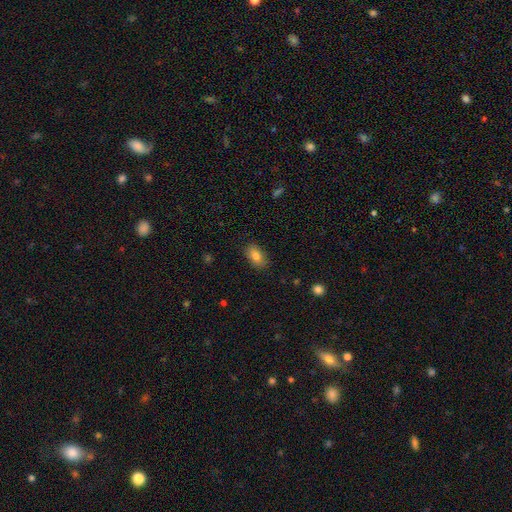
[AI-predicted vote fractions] A smooth galaxy with no disk features (84%) that is in between round and cigar-shaped (91%).

Vote fractions:
- Smooth or featured? smooth: 84% / featured or disk: 9% / star or artifact: 8%
- How rounded? in between: 91% / round: 7% / cigar-shaped: 2%
- Merging? none: 85% / minor disturbance: 12% / major disturbance: 3% / merger: 1%